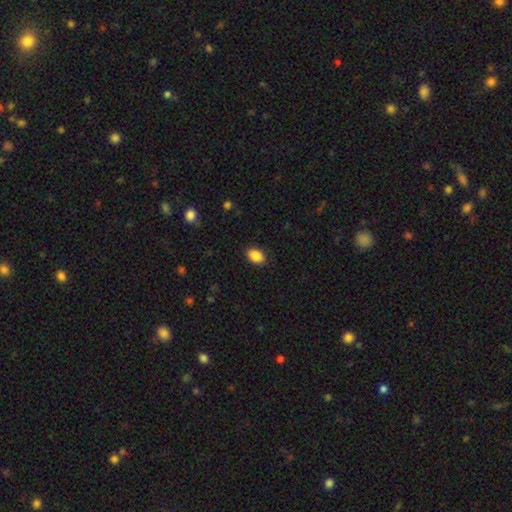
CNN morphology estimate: Smooth or featured? Predicted: smooth (p=0.89). How rounded? Predicted: in between (p=0.85). Merging? Predicted: none (p=0.89).